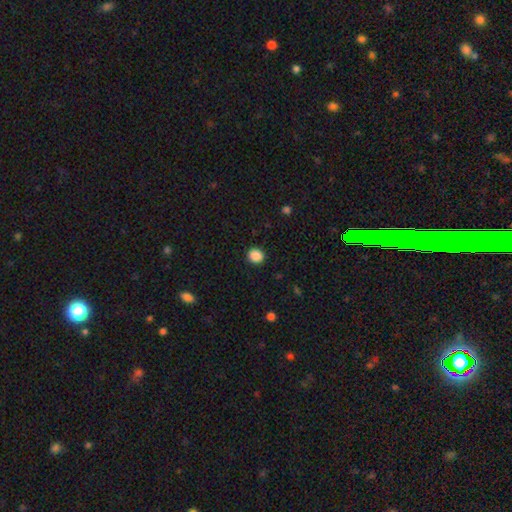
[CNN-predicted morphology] Q: Smooth or featured?
A: smooth (88%); runner-up: star or artifact (10%)
Q: How rounded?
A: round (81%); runner-up: in between (18%)
Q: Merging?
A: none (92%); runner-up: minor disturbance (6%)